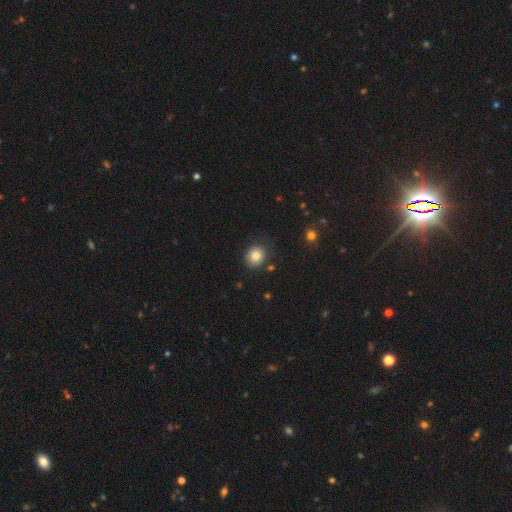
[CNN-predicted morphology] Smooth or featured: smooth — 83% (star or artifact — 10%)
How rounded: round — 70% (in between — 29%)
Merging: none — 82% (minor disturbance — 12%)